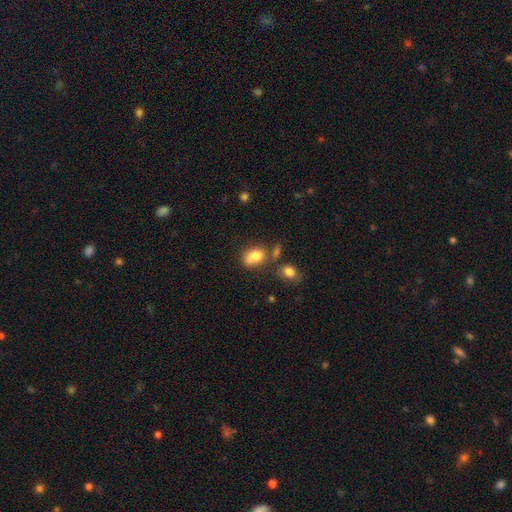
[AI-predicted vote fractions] A smooth galaxy with no disk features (81%) that is in between round and cigar-shaped (83%). Merging: none (51%).